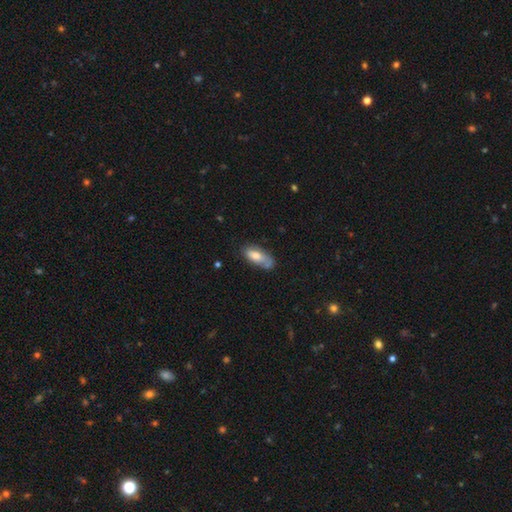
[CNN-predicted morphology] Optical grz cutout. It shows a smooth galaxy with no disk features (71%) that is in between round and cigar-shaped (82%). Merging: none (54%).